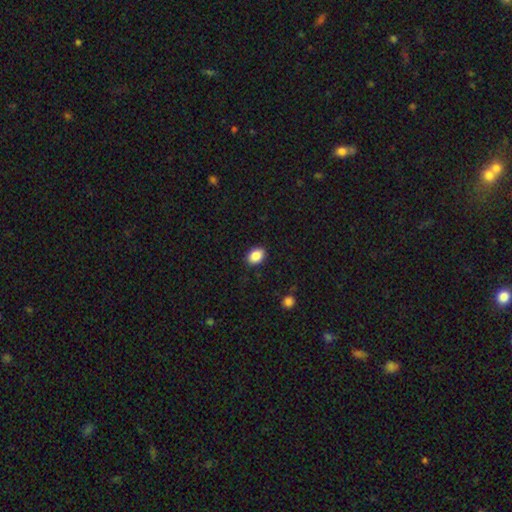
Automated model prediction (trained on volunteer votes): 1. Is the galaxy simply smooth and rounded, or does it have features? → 87% smooth, 8% star or artifact, 4% featured or disk.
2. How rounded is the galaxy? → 76% in between, 23% round, 1% cigar-shaped.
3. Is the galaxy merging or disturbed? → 88% none, 8% minor disturbance, 2% major disturbance, 1% merger.